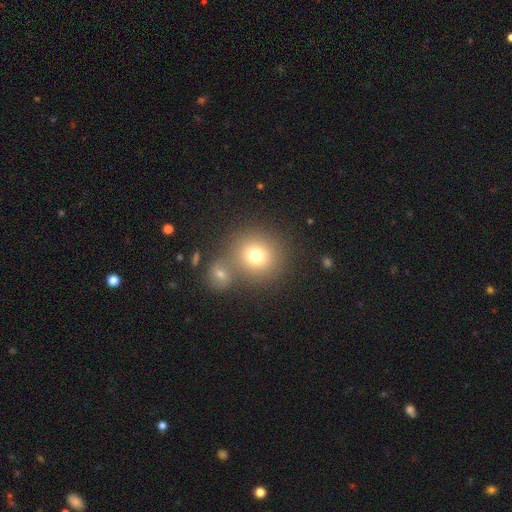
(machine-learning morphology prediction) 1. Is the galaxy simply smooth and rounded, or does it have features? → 75% smooth, 13% featured or disk, 12% star or artifact.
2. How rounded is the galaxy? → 87% round, 12% in between, 1% cigar-shaped.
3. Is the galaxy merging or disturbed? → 60% none, 28% merger, 9% minor disturbance, 4% major disturbance.